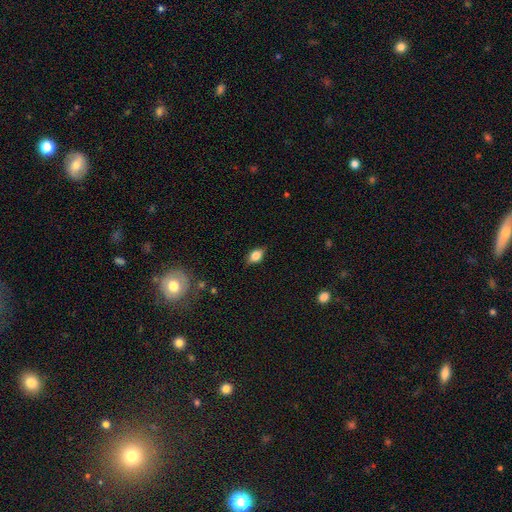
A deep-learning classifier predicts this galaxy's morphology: This is likely a smooth galaxy (71%). How rounded: clearly in between (82%). Merging: clearly none (81%).